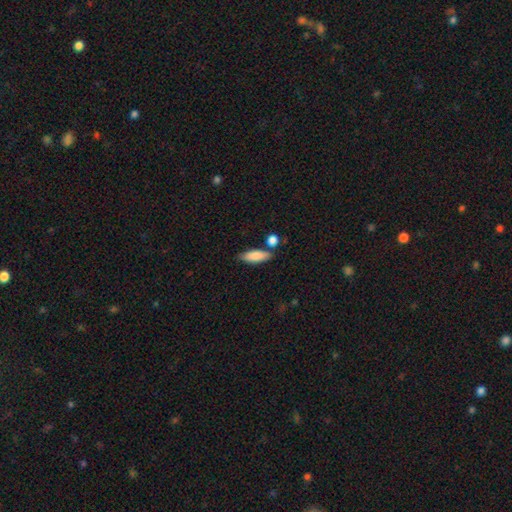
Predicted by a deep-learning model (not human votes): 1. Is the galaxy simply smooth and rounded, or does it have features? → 84% smooth, 10% featured or disk, 6% star or artifact.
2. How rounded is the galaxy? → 62% in between, 36% cigar-shaped, 3% round.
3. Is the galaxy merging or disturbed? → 73% none, 13% minor disturbance, 11% merger, 3% major disturbance.